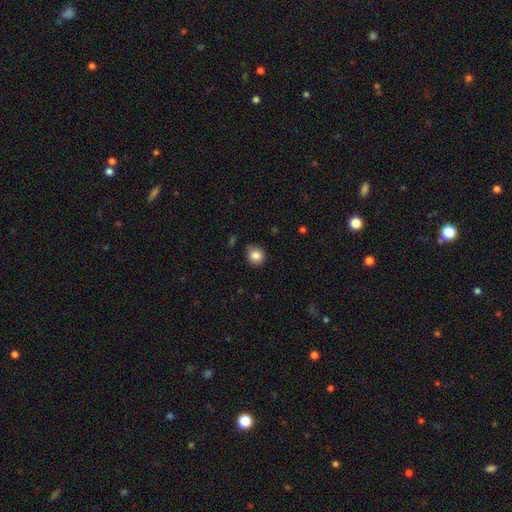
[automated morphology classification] type=smooth (85%); roundness=round (84%); merging=none (85%).